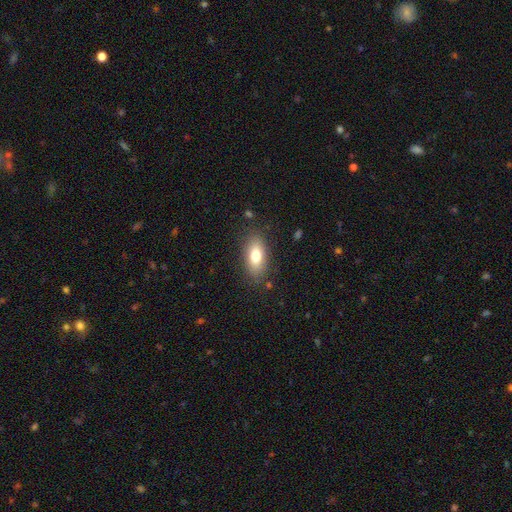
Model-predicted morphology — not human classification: smooth_or_featured: smooth (p=0.76) [alt: featured or disk p=0.15]
how_rounded: in between (p=0.86) [alt: cigar-shaped p=0.09]
merging: none (p=0.83) [alt: minor disturbance p=0.12]